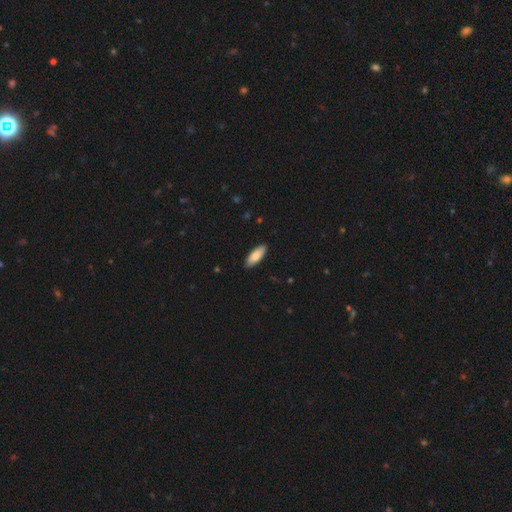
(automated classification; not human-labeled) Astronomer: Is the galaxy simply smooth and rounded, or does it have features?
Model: smooth — 84%.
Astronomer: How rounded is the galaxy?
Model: in between — 73%.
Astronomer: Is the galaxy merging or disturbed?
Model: none — 89%.